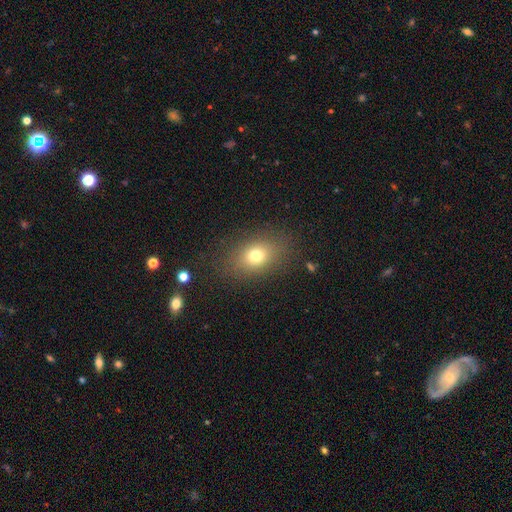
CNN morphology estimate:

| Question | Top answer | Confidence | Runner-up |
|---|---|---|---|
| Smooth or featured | smooth | 74% | star or artifact (14%) |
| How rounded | in between | 69% | round (29%) |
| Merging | none | 84% | minor disturbance (10%) |